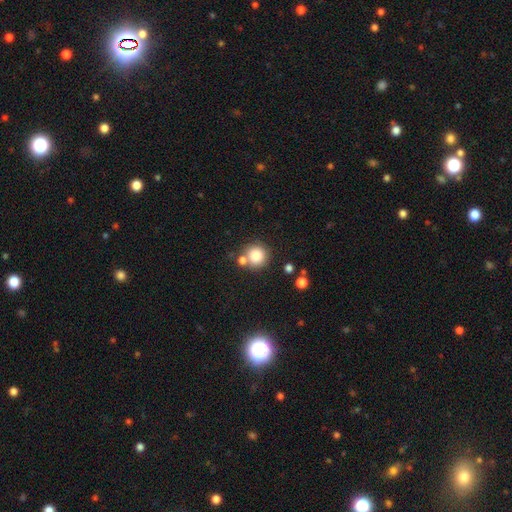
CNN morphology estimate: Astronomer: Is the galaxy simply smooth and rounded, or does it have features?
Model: smooth — 83%.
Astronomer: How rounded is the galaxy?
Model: round — 92%.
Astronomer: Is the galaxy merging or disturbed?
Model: none — 67%.